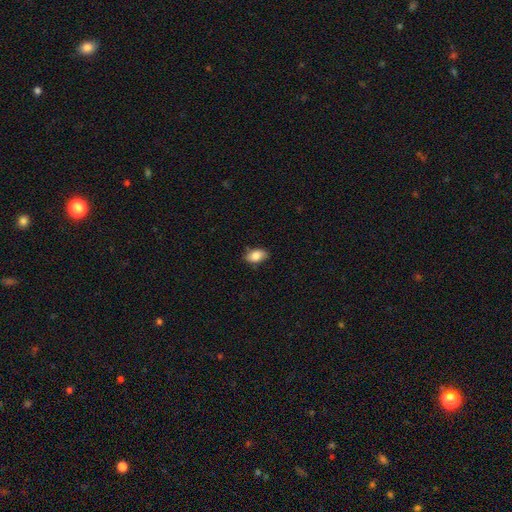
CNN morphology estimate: This appears to be a smooth galaxy with no disk features (85%) that is in between round and cigar-shaped (90%). Merging: none (80%).